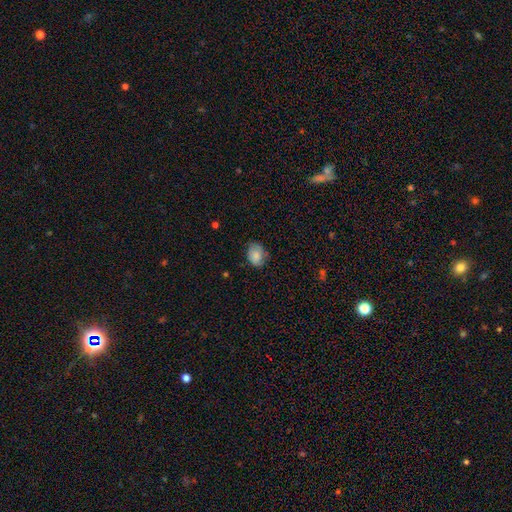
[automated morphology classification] smooth_or_featured: smooth (p=0.81) [alt: featured or disk p=0.11]
how_rounded: in between (p=0.70) [alt: round p=0.29]
merging: none (p=0.68) [alt: minor disturbance p=0.25]